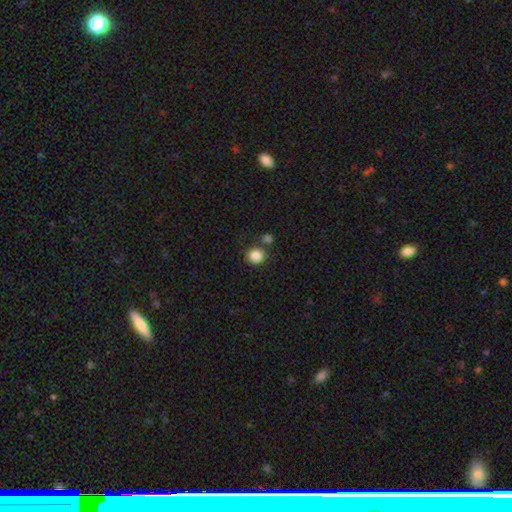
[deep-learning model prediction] smooth 86%, star or artifact 10%, featured or disk 5%. Down the decision tree: how rounded — round (89%); merging — none (75%).